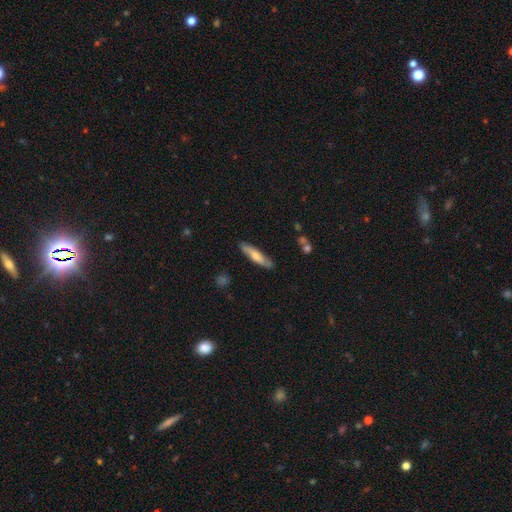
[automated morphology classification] This appears to be a smooth galaxy with no disk features (63%) that is cigar-shaped (81%). Merging: none (85%).